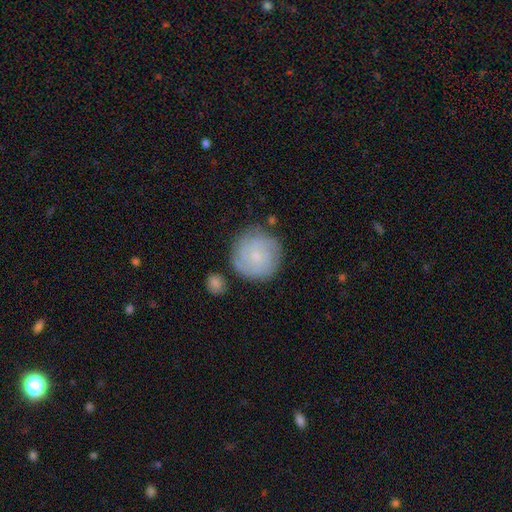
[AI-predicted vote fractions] Smooth or featured? Predicted: featured or disk (p=0.53). Edge-on disk? Predicted: no (p=0.98). Bar? Predicted: no (p=0.79). Spiral arms? Predicted: yes (p=0.86). Bulge size? Predicted: small (p=0.80). Merging? Predicted: none (p=0.75).